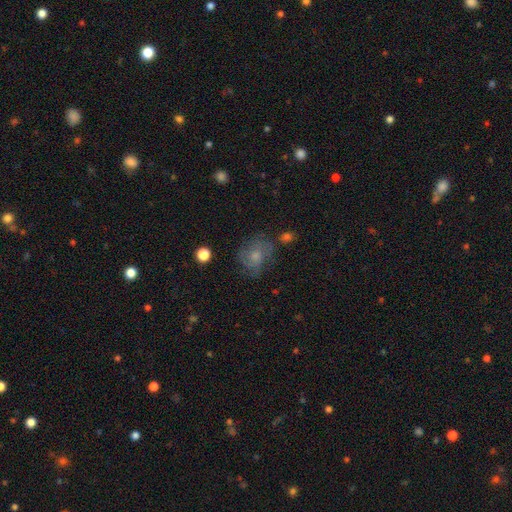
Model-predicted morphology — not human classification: Q: Smooth or featured?
A: featured or disk (47%); runner-up: smooth (39%)
Q: Merging?
A: none (61%); runner-up: minor disturbance (22%)